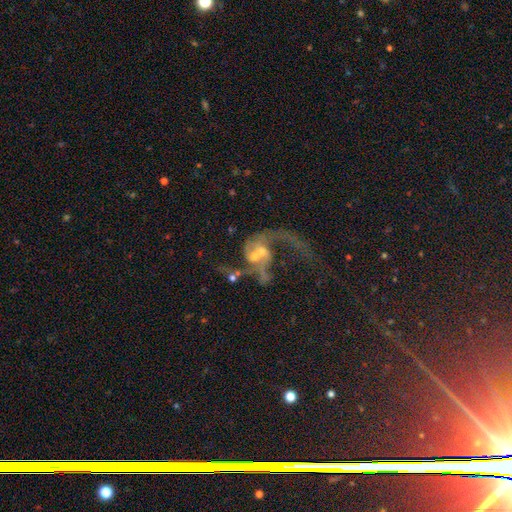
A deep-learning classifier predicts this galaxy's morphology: smooth-or-featured: featured or disk: 78% | smooth: 11% | star or artifact: 10%
  disk-edge-on: no: 97% | yes: 3%
    bar: no: 59% | weak: 32% | strong: 9%
    has-spiral-arms: yes: 83% | no: 17%
      spiral-winding: loose: 78% | medium: 18% | tight: 4%
      spiral-arm-count: 2: 52% | 1: 31% | can't tell: 8% | 3: 4% | 4: 2% | more than 4: 2%
    bulge-size: small: 42% | moderate: 40% | none: 10% | large: 6% | dominant: 2%
  merging: merger: 48% | major disturbance: 28% | none: 17% | minor disturbance: 8%